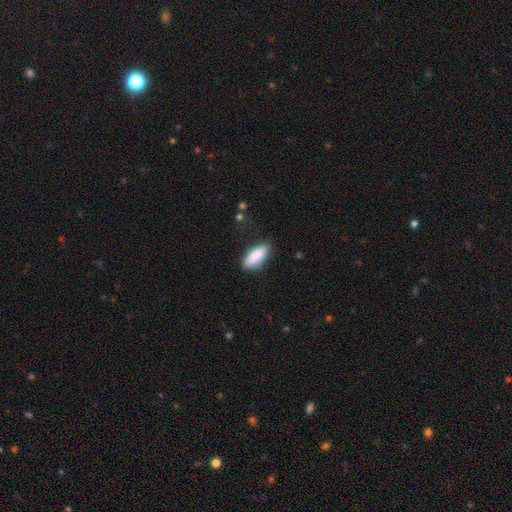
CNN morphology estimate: Smooth or featured?
  - smooth: 85% *
  - featured or disk: 9%
  - star or artifact: 6%
How rounded?
  - in between: 79% *
  - cigar-shaped: 19%
  - round: 2%
Merging?
  - none: 75% *
  - minor disturbance: 19%
  - major disturbance: 4%
  - merger: 2%